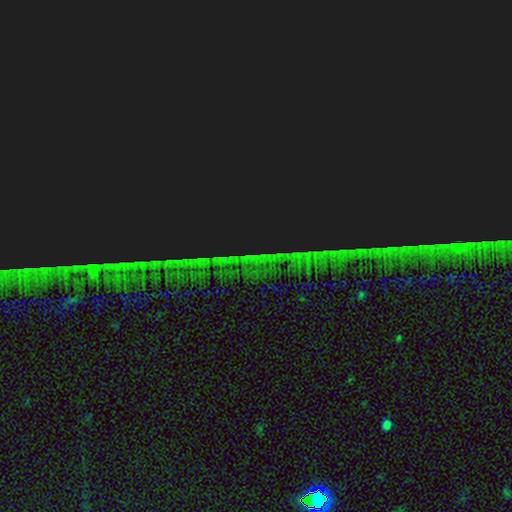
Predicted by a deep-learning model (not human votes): Morphology: type=star or artifact (89%).